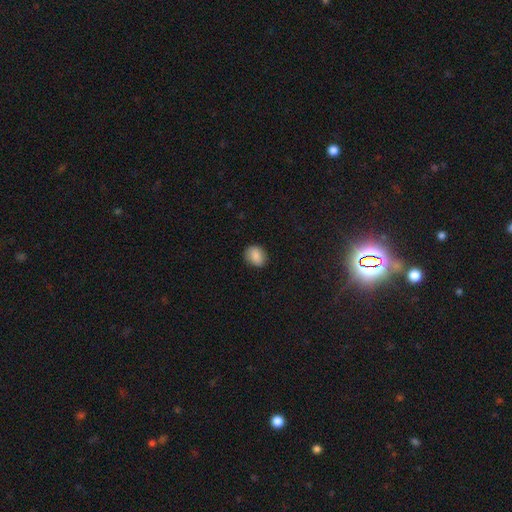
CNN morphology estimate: smooth_or_featured: smooth (p=0.84) [alt: star or artifact p=0.08]
how_rounded: round (p=0.55) [alt: in between p=0.44]
merging: none (p=0.83) [alt: minor disturbance p=0.13]